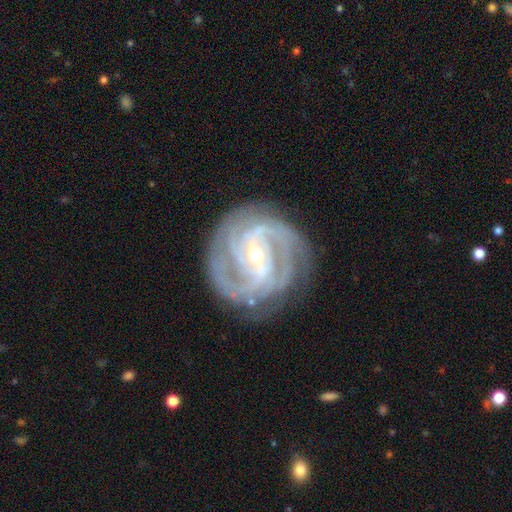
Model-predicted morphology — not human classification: featured or disk 93%, star or artifact 5%, smooth 3%. Down the decision tree: edge-on disk — no (98%); bar — weak (45%); spiral arms — yes (99%); spiral arm count — 3 (35%); spiral winding — tight (67%); bulge size — small (56%); merging — none (80%).